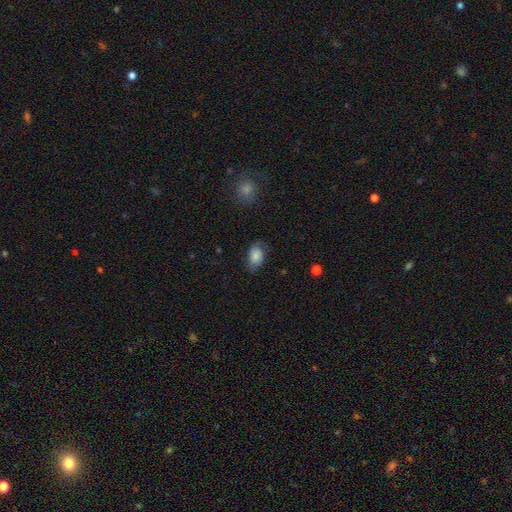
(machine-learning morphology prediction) Smooth or featured? smooth (76%)
How rounded? in between (87%)
Merging? none (68%)